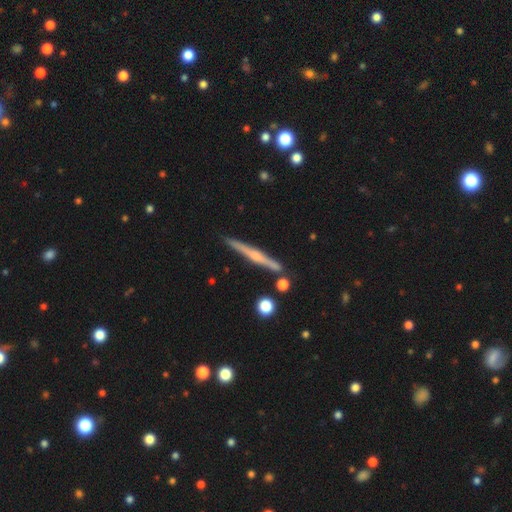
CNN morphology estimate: Overall: featured or disk (74%). Edge-on disk: yes (98%). Edge-on bulge: rounded (80%). Merging: none (87%).